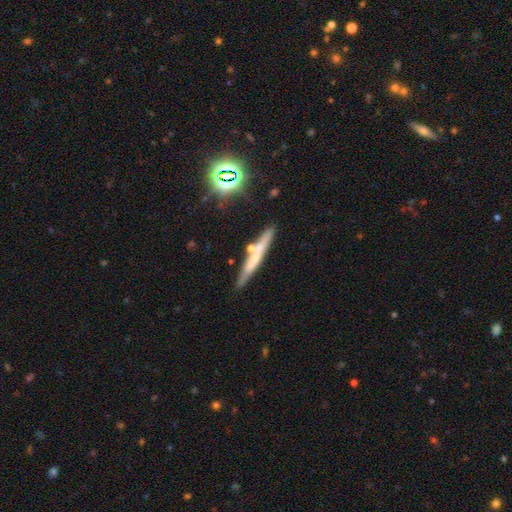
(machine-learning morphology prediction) smooth-or-featured: smooth: 46% | featured or disk: 41% | star or artifact: 13%
  merging: none: 75% | minor disturbance: 12% | merger: 10% | major disturbance: 3%